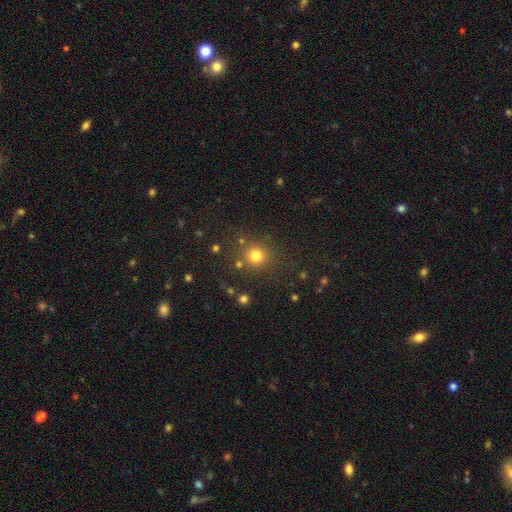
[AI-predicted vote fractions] This is likely a smooth galaxy (78%). How rounded: clearly round (92%). Merging: clearly none (83%).